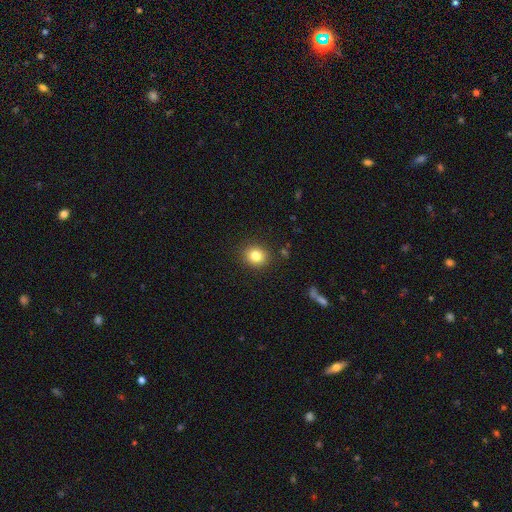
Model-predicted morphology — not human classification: smooth 82%, star or artifact 11%, featured or disk 7%. Down the decision tree: how rounded — round (79%); merging — none (90%).